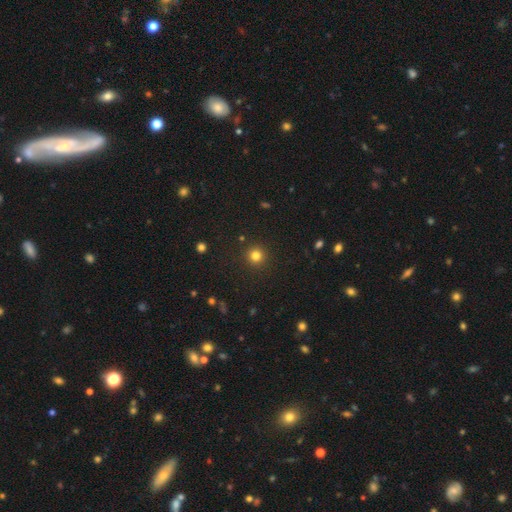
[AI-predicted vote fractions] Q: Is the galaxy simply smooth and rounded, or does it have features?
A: smooth — 81%.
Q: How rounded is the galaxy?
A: round — 95%.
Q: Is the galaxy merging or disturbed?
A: none — 91%.